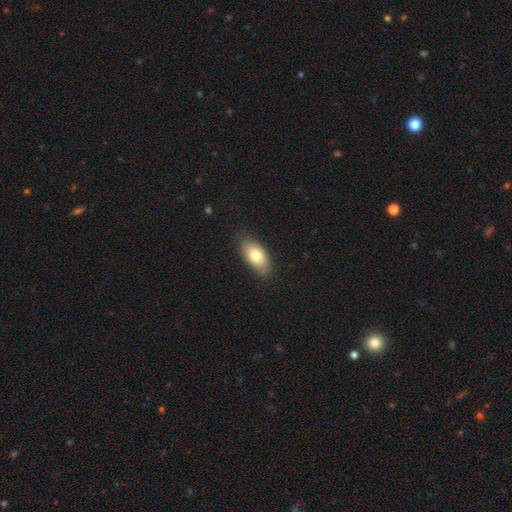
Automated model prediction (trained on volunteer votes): This appears to be a smooth galaxy with no disk features (77%) that is in between round and cigar-shaped (91%). Merging: none (80%).